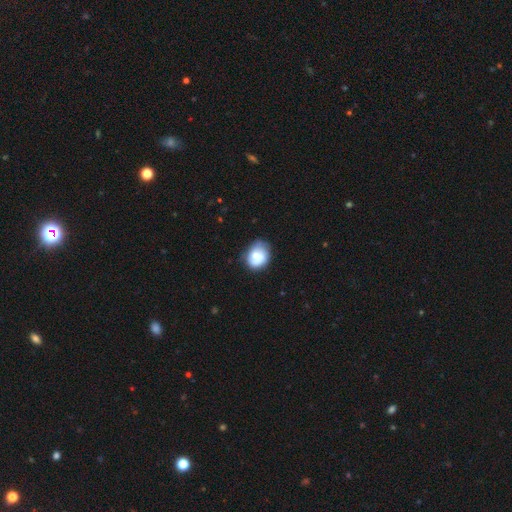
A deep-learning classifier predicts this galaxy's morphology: This appears to be a smooth galaxy with no disk features (59%) that is round (58%). Merging: none (57%).